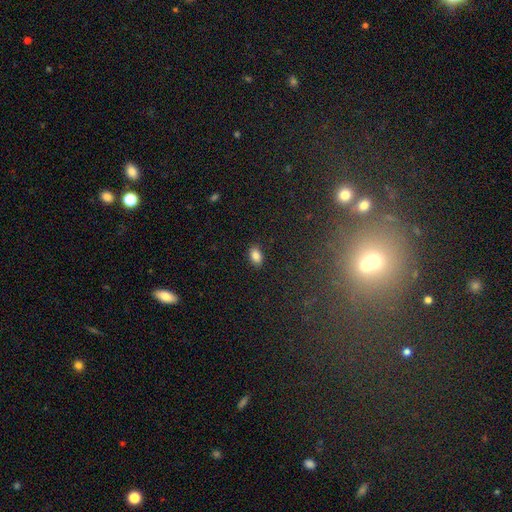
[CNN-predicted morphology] Smooth or featured? Predicted: smooth (p=0.85). How rounded? Predicted: in between (p=0.90). Merging? Predicted: none (p=0.88).